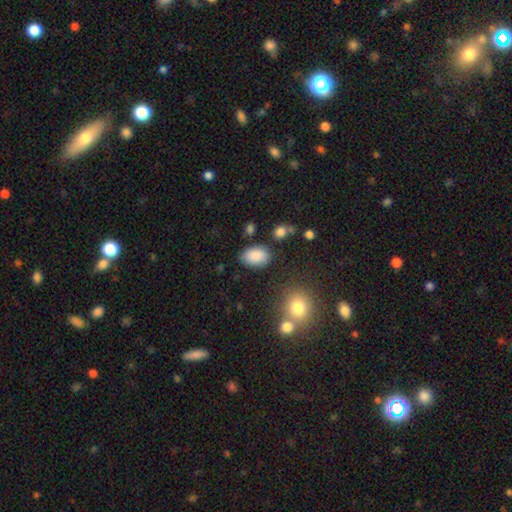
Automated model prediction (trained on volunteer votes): This is clearly a smooth galaxy (87%). How rounded: clearly in between (89%). Merging: likely none (80%).